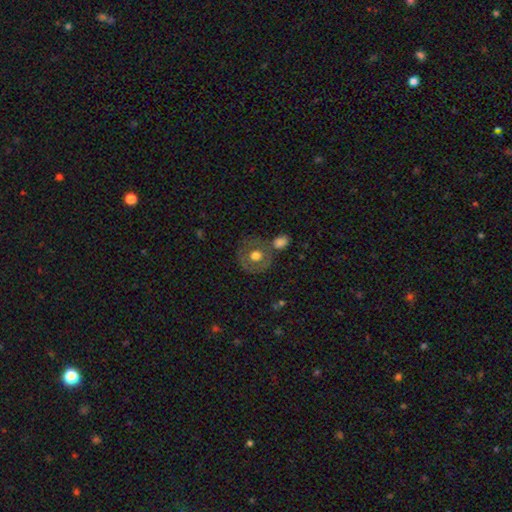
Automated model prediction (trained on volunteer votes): Smooth or featured? smooth (57%)
How rounded? round (85%)
Merging? none (65%)